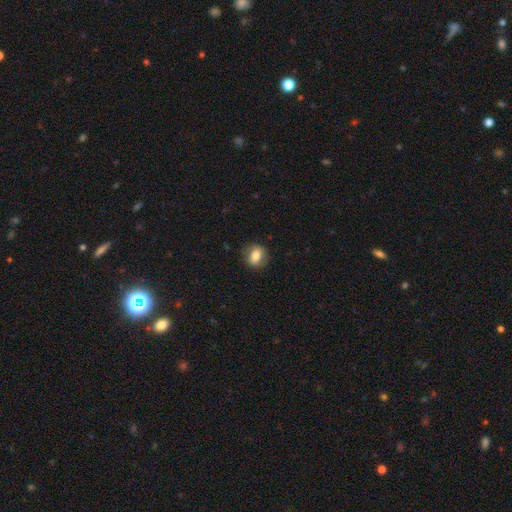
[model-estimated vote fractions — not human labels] This appears to be a smooth galaxy with no disk features (76%) that is in between round and cigar-shaped (52%). Merging: none (83%).